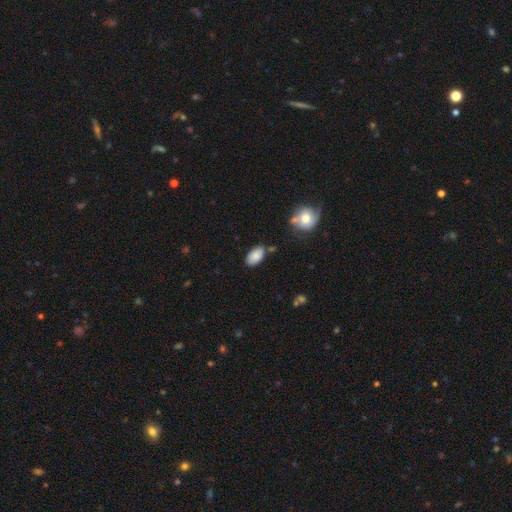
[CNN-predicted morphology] Smooth or featured? Predicted: smooth (p=0.86). How rounded? Predicted: in between (p=0.94). Merging? Predicted: none (p=0.77).